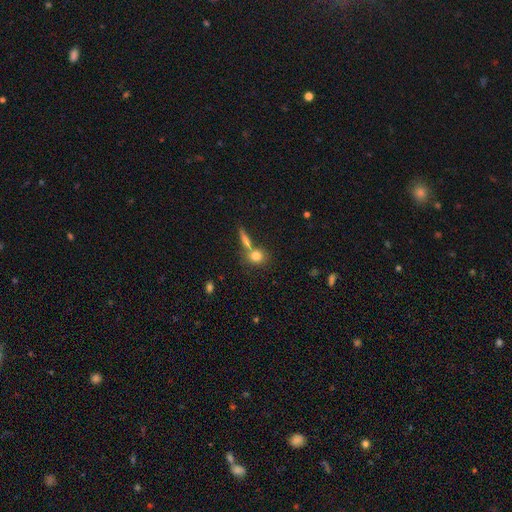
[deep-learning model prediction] smooth 79%, featured or disk 11%, star or artifact 9%. Down the decision tree: how rounded — round (69%); merging — none (55%).